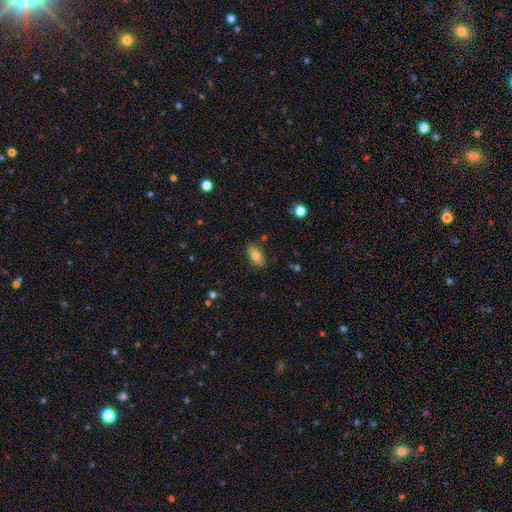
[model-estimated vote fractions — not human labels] Smooth or featured? Predicted: smooth (p=0.74). How rounded? Predicted: in between (p=0.88). Merging? Predicted: none (p=0.82).